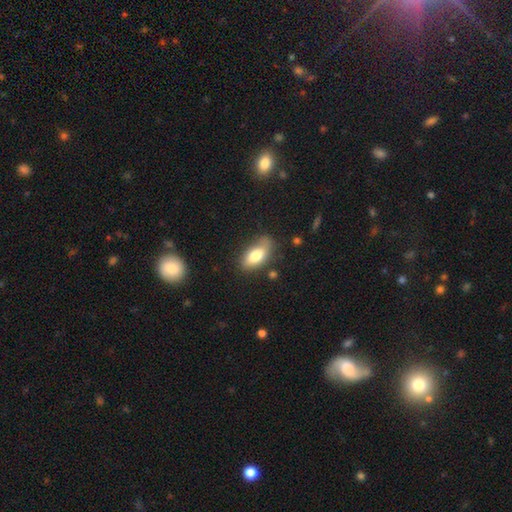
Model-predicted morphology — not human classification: This is likely a smooth galaxy (76%). How rounded: clearly in between (90%). Merging: likely none (69%).